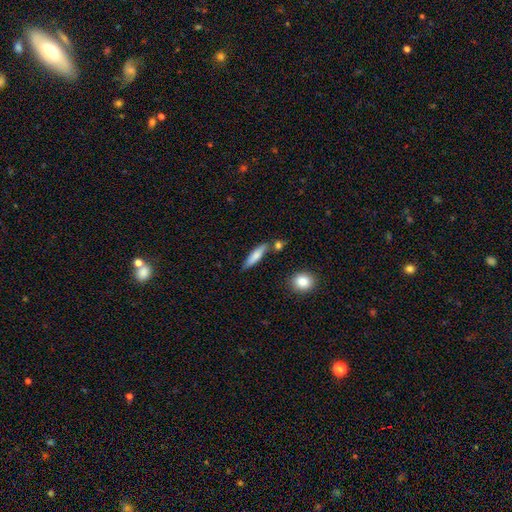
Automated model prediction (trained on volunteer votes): smooth 74%, featured or disk 20%, star or artifact 6%. Down the decision tree: how rounded — cigar-shaped (75%); merging — none (74%).